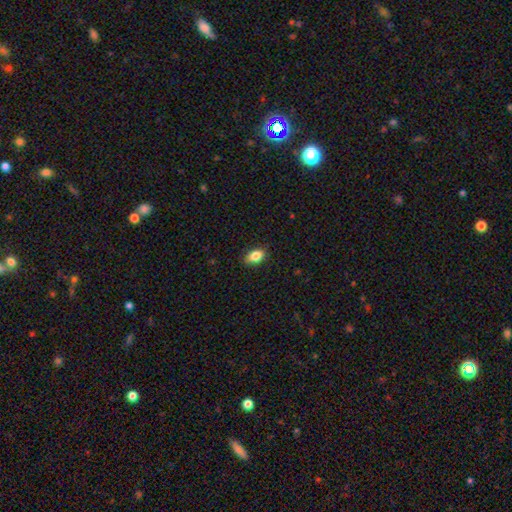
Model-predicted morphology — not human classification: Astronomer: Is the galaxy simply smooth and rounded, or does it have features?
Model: smooth — 85%.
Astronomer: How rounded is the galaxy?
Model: in between — 88%.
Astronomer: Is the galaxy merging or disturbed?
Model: none — 87%.